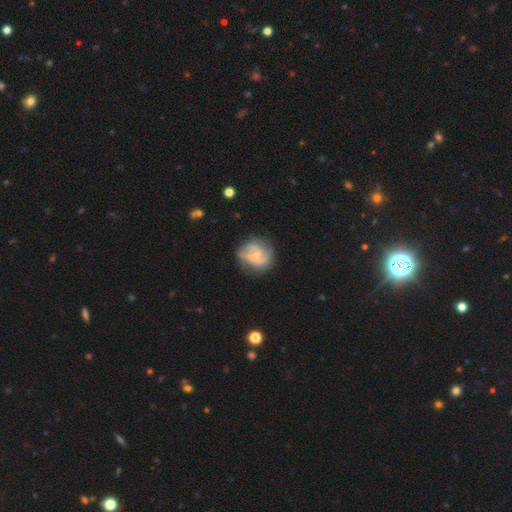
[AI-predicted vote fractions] A featured or disk galaxy (52%) with no bar (44%), spiral arms (56%) and a small central bulge (40%).

Vote fractions:
- Smooth or featured? featured or disk: 52% / smooth: 39% / star or artifact: 9%
- Edge-on disk? no: 97% / yes: 3%
- Bar? no: 44% / weak: 40% / strong: 16%
- Spiral arms? yes: 56% / no: 44%
- Bulge size? small: 40% / none: 38% / moderate: 18% / large: 2% / dominant: 1%
- Merging? none: 58% / minor disturbance: 24% / major disturbance: 16% / merger: 3%